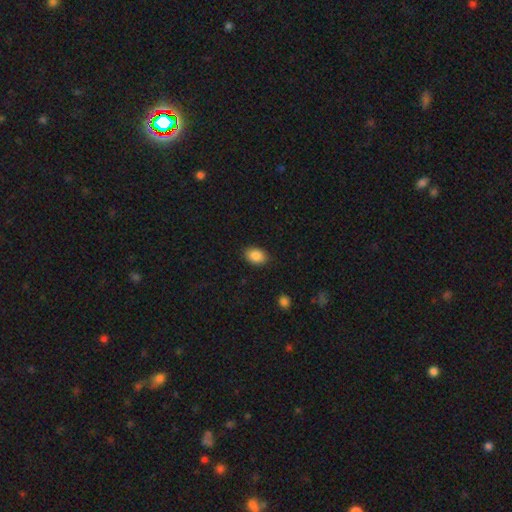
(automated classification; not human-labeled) A smooth galaxy with no disk features (87%) that is in between round and cigar-shaped (81%).

Vote fractions:
- Smooth or featured? smooth: 87% / star or artifact: 8% / featured or disk: 5%
- How rounded? in between: 81% / round: 18% / cigar-shaped: 1%
- Merging? none: 87% / minor disturbance: 10% / major disturbance: 2% / merger: 1%